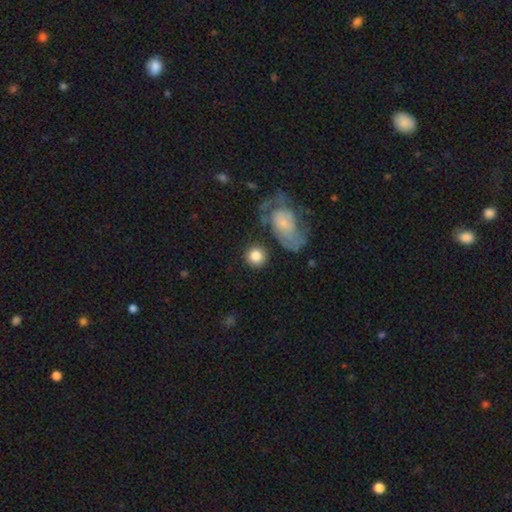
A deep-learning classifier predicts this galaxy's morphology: smooth-or-featured: smooth: 81% | featured or disk: 12% | star or artifact: 7%
  how-rounded: round: 90% | in between: 8% | cigar-shaped: 1%
  merging: none: 75% | minor disturbance: 10% | merger: 8% | major disturbance: 6%